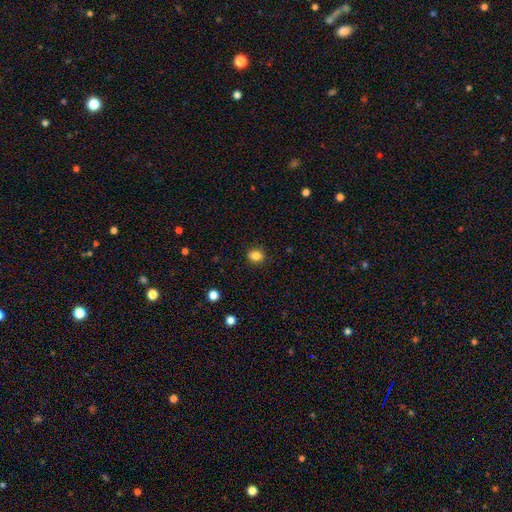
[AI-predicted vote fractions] Smooth or featured? smooth (84%)
How rounded? round (68%)
Merging? none (89%)